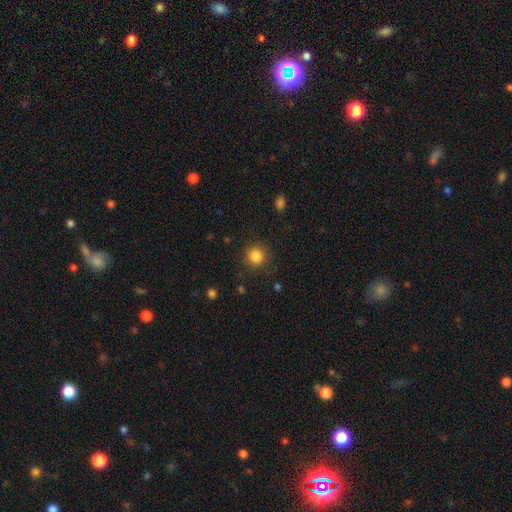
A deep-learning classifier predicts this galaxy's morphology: This appears to be a smooth galaxy with no disk features (84%) that is round (93%). Merging: none (89%).